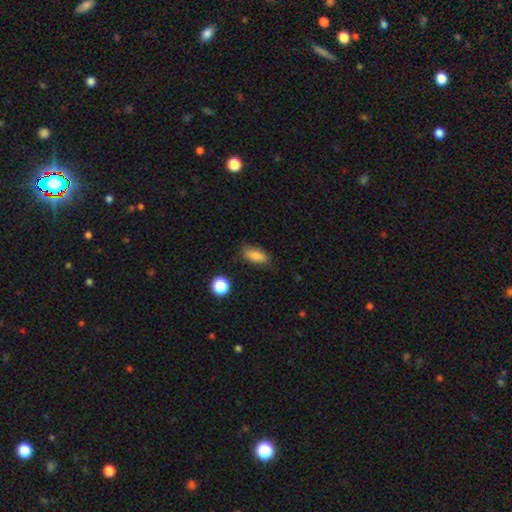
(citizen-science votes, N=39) This appears to be a smooth galaxy with no disk features (92%) that is in between round and cigar-shaped (83%). Merging: none (66%).